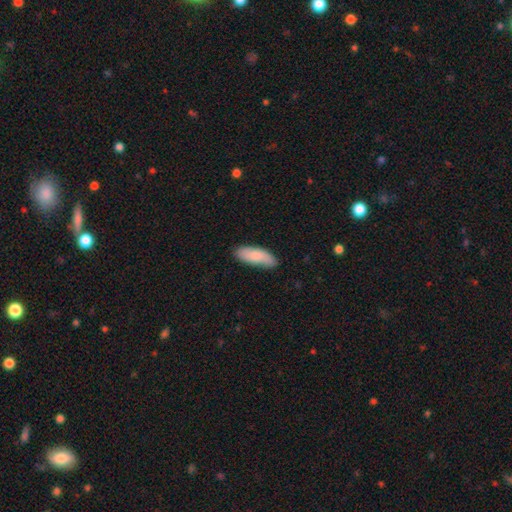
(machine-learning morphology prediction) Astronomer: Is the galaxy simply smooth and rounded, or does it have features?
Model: smooth — 81%.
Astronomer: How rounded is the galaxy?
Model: in between — 70%.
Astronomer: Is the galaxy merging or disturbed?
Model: none — 83%.